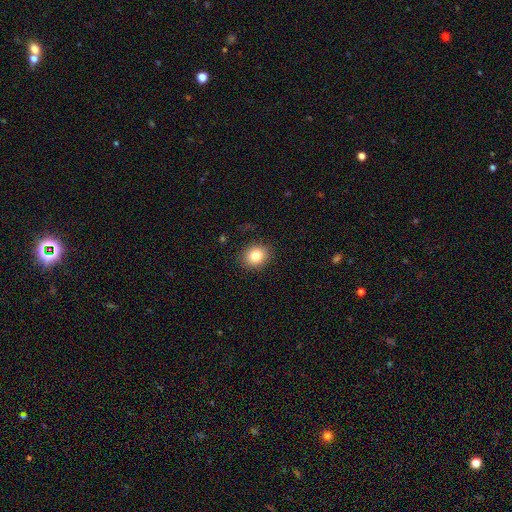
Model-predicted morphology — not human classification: Smooth or featured?
  - smooth: 83% *
  - star or artifact: 10%
  - featured or disk: 7%
How rounded?
  - round: 69% *
  - in between: 30%
  - cigar-shaped: 1%
Merging?
  - none: 87% *
  - minor disturbance: 9%
  - major disturbance: 3%
  - merger: 1%